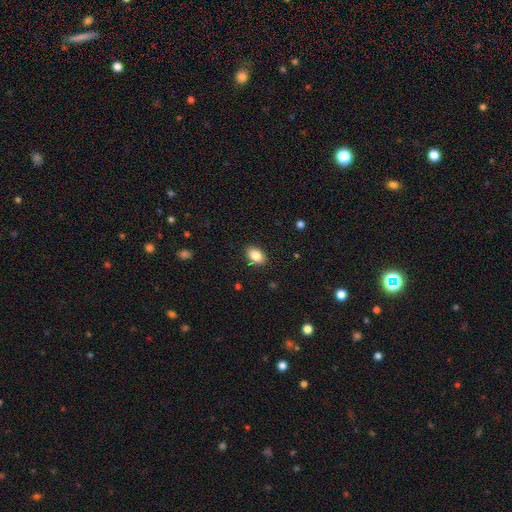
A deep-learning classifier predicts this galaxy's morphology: Smooth or featured? smooth (85%)
How rounded? in between (87%)
Merging? none (89%)